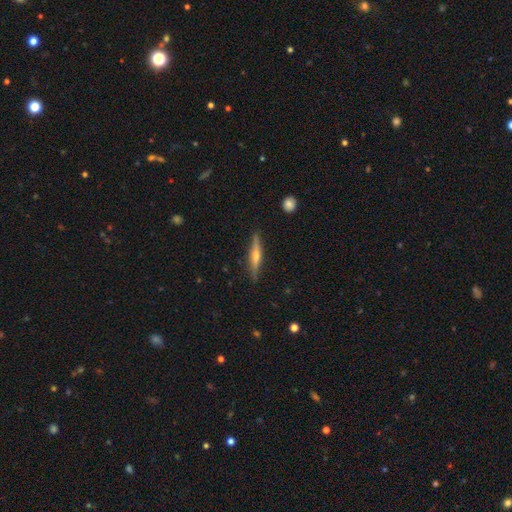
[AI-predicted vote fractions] featured or disk 66%, smooth 27%, star or artifact 6%. Down the decision tree: edge-on disk — yes (97%); edge-on bulge — rounded (86%); merging — none (89%).